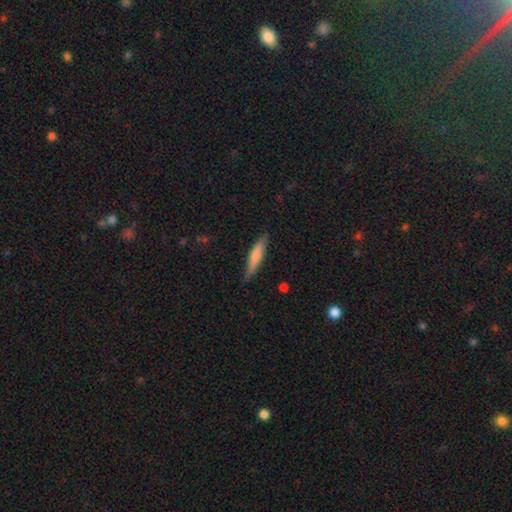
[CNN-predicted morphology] This is likely a smooth galaxy (67%). How rounded: clearly cigar-shaped (82%). Merging: clearly none (81%).